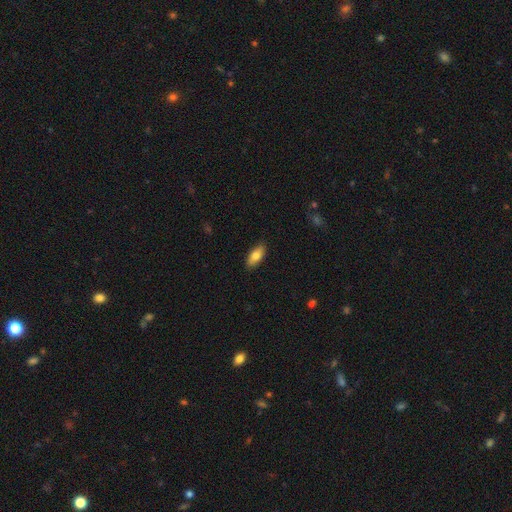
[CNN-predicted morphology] Smooth or featured? Predicted: smooth (p=0.80). How rounded? Predicted: in between (p=0.83). Merging? Predicted: none (p=0.88).